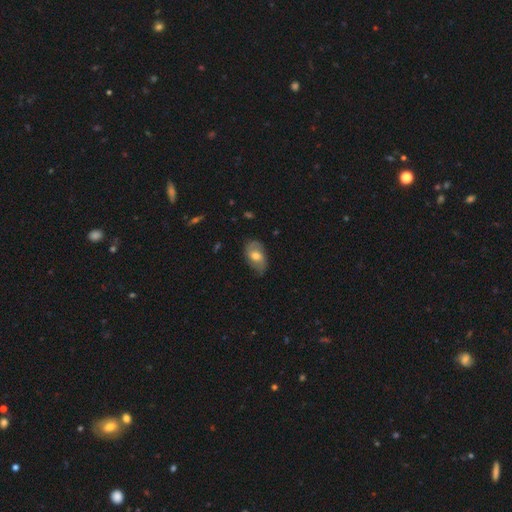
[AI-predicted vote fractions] smooth_or_featured: featured or disk (p=0.47) [alt: smooth p=0.45]
merging: none (p=0.65) [alt: minor disturbance p=0.26]